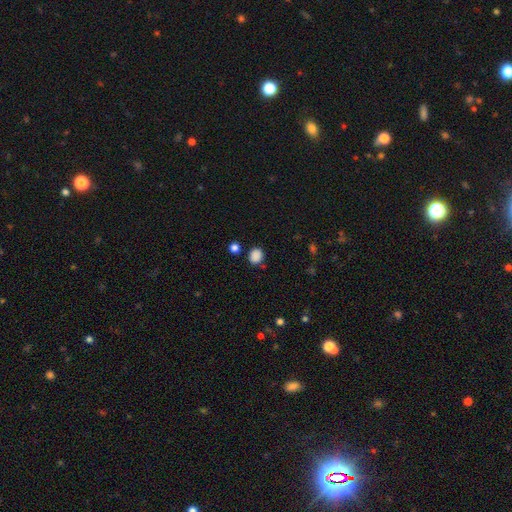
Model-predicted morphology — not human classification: Smooth or featured? Predicted: smooth (p=0.86). How rounded? Predicted: round (p=0.69). Merging? Predicted: none (p=0.82).